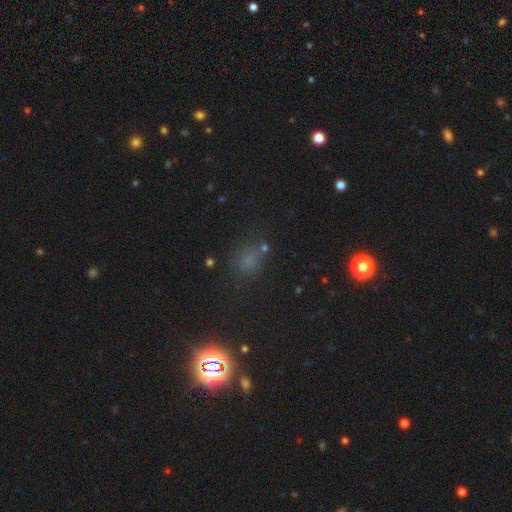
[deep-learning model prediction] This is possibly a smooth galaxy (51%). How rounded: likely round (70%). Merging: likely none (73%).